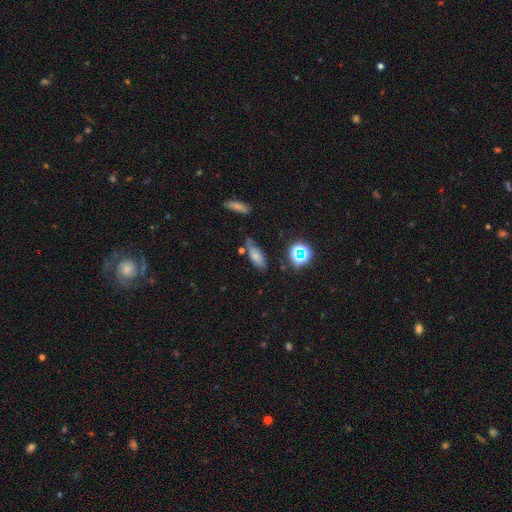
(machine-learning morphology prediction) Smooth or featured: smooth — 67% (star or artifact — 17%)
How rounded: in between — 71% (cigar-shaped — 23%)
Merging: none — 58% (minor disturbance — 25%)